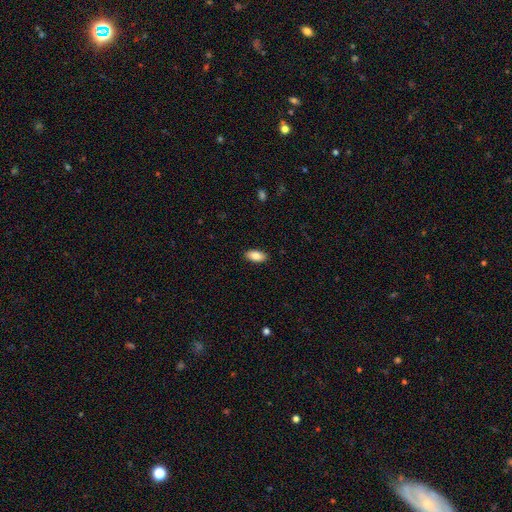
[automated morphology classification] type=smooth (86%); roundness=in between (93%); merging=none (89%).